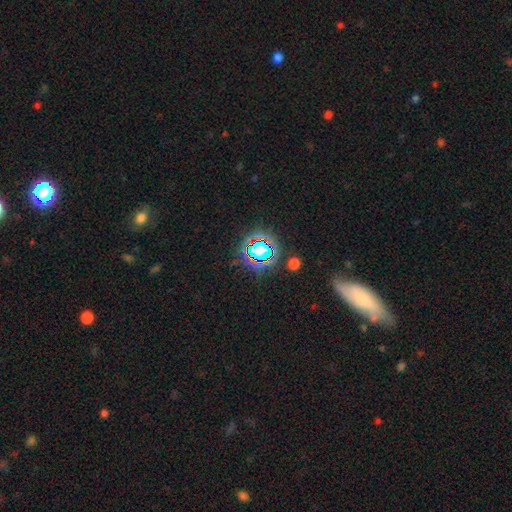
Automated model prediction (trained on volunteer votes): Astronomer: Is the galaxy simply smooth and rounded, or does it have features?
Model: star or artifact — 66%.